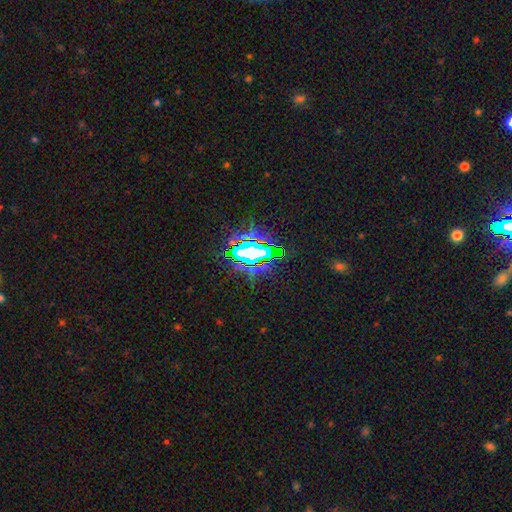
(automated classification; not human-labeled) Smooth or featured? Predicted: star or artifact (p=0.73).